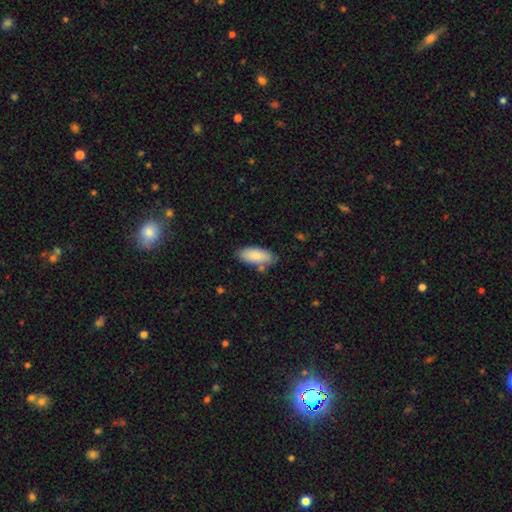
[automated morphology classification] Q: Smooth or featured?
A: smooth (86%); runner-up: featured or disk (8%)
Q: How rounded?
A: in between (86%); runner-up: cigar-shaped (12%)
Q: Merging?
A: none (75%); runner-up: minor disturbance (16%)